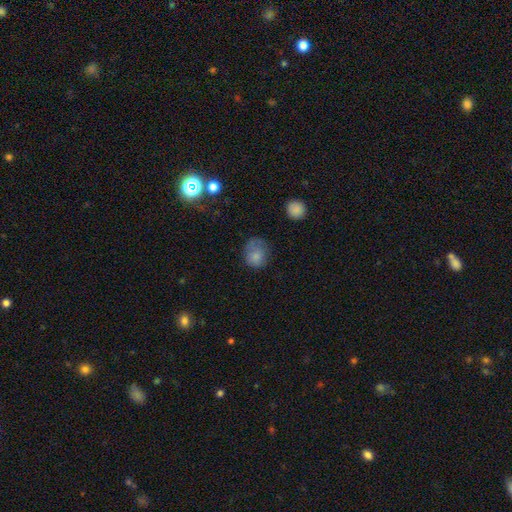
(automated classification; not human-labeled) Smooth or featured? smooth (80%)
How rounded? round (63%)
Merging? none (50%)